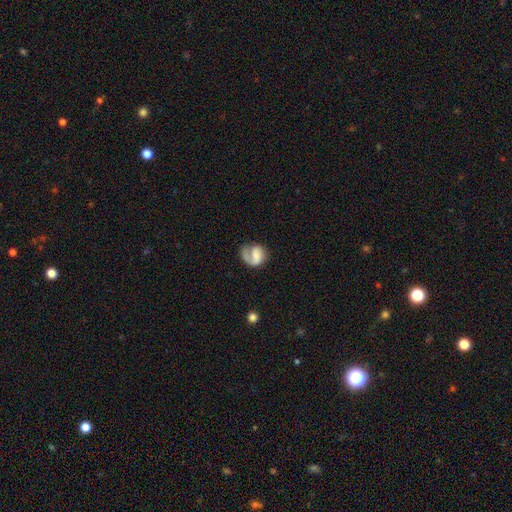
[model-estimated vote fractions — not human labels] featured or disk 58%, smooth 34%, star or artifact 7%. Down the decision tree: edge-on disk — no (98%); bar — no (45%); spiral arms — yes (86%); bulge size — none (39%); merging — none (49%).